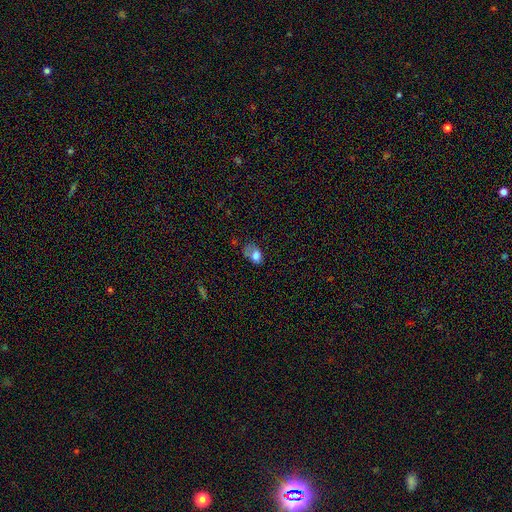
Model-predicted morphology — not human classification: smooth-or-featured: smooth: 71% | featured or disk: 17% | star or artifact: 12%
  how-rounded: in between: 79% | round: 20% | cigar-shaped: 2%
  merging: major disturbance: 37% | minor disturbance: 28% | none: 26% | merger: 8%